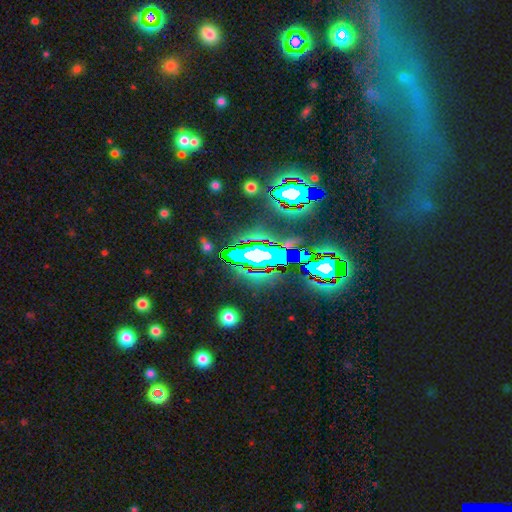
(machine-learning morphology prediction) Smooth or featured? star or artifact (65%)